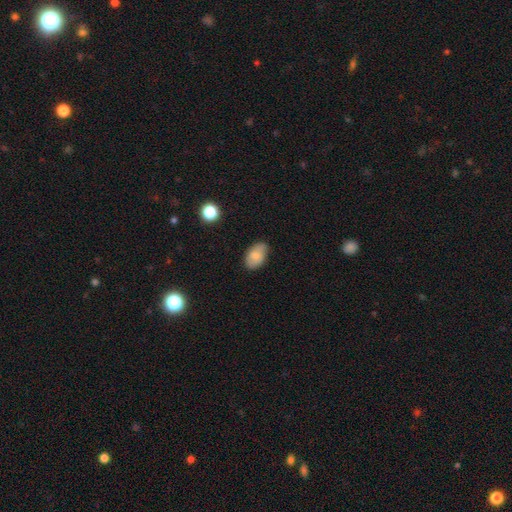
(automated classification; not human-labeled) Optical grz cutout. It shows a smooth galaxy with no disk features (78%) that is in between round and cigar-shaped (91%). Merging: none (79%).